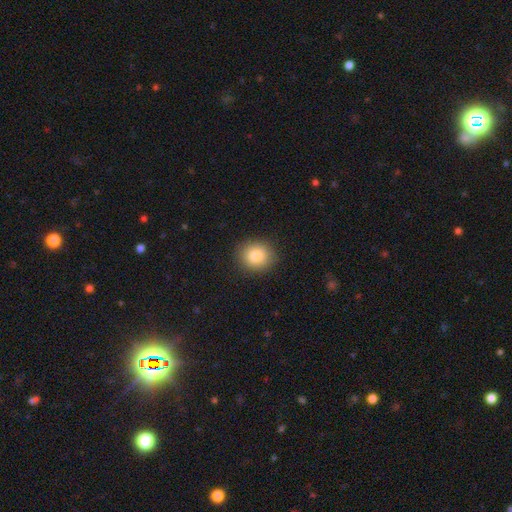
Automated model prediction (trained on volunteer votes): smooth-or-featured: smooth: 85% | star or artifact: 9% | featured or disk: 6%
  how-rounded: round: 77% | in between: 22% | cigar-shaped: 1%
  merging: none: 88% | minor disturbance: 8% | major disturbance: 2% | merger: 1%